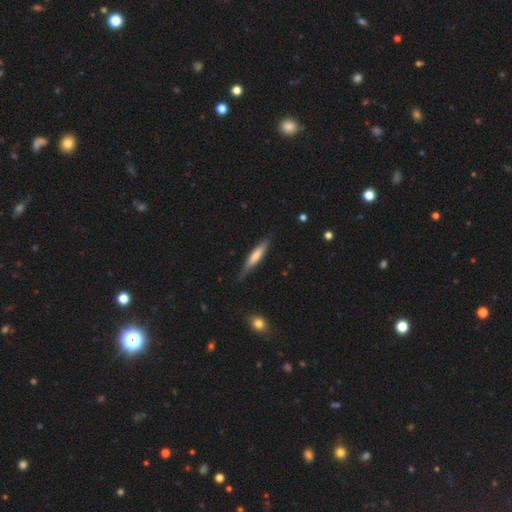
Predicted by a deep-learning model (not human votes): This appears to be a smooth galaxy with no disk features (60%) that is cigar-shaped (88%). Merging: none (76%).